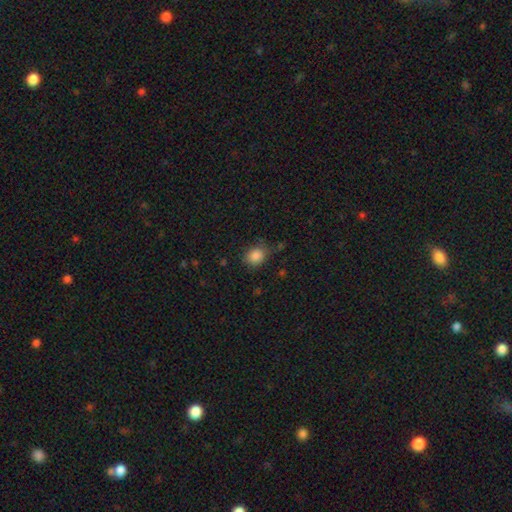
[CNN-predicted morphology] A smooth galaxy with no disk features (85%) that is round (59%).

Vote fractions:
- Smooth or featured? smooth: 85% / star or artifact: 10% / featured or disk: 4%
- How rounded? round: 59% / in between: 40% / cigar-shaped: 1%
- Merging? none: 74% / minor disturbance: 19% / major disturbance: 5% / merger: 2%